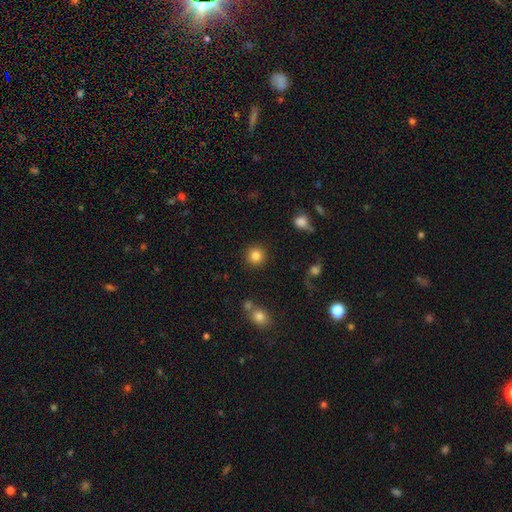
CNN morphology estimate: Q: Smooth or featured?
A: smooth (85%); runner-up: star or artifact (10%)
Q: How rounded?
A: round (93%); runner-up: in between (6%)
Q: Merging?
A: none (90%); runner-up: minor disturbance (6%)